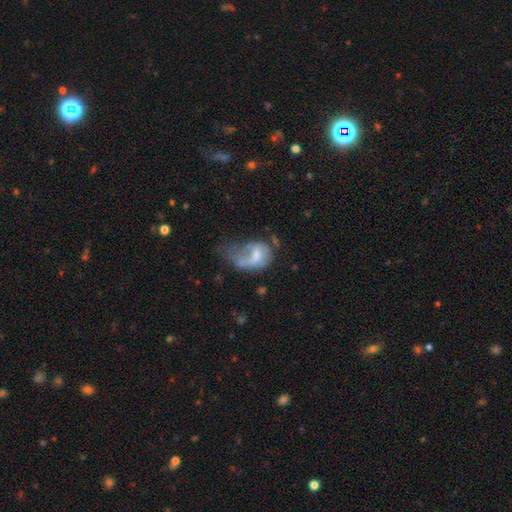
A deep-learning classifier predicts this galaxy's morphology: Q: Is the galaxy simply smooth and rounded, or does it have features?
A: smooth — 51%.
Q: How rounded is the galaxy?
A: in between — 78%.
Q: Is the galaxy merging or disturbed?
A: major disturbance — 53%.